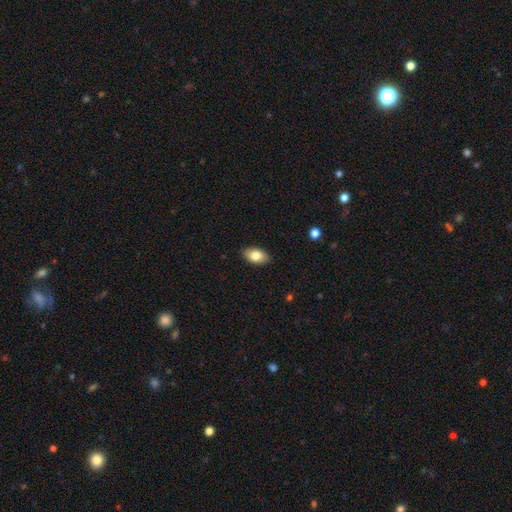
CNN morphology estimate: The model was most divided on "smooth or featured": smooth: 81%, featured or disk: 12%, star or artifact: 7%. More confident: how rounded — in between (92%); merging — none (88%).